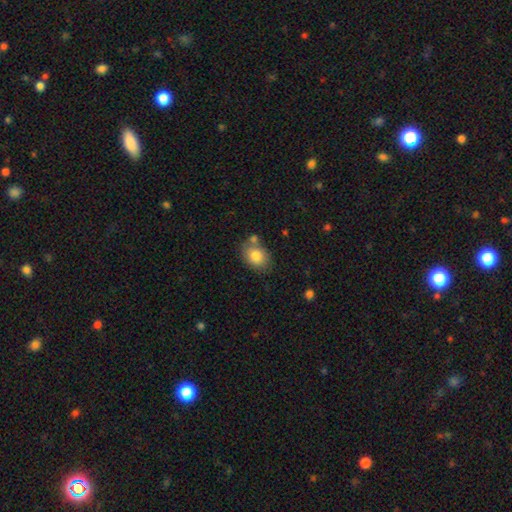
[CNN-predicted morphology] This appears to be a smooth galaxy with no disk features (81%) that is in between round and cigar-shaped (63%). Merging: none (66%).